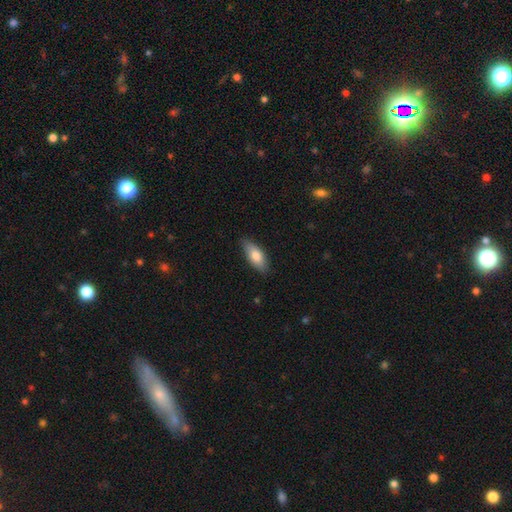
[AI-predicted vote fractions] Morphology: type=smooth (78%); roundness=in between (81%); merging=none (83%).